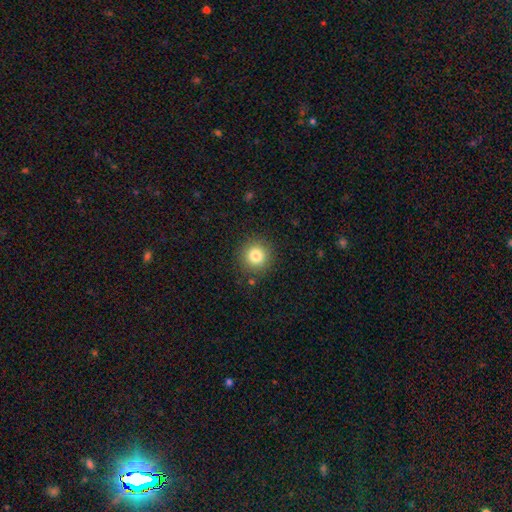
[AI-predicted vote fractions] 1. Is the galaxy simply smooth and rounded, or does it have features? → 81% smooth, 12% star or artifact, 7% featured or disk.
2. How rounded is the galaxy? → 95% round, 4% in between, 1% cigar-shaped.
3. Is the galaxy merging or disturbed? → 88% none, 7% minor disturbance, 3% major disturbance, 2% merger.